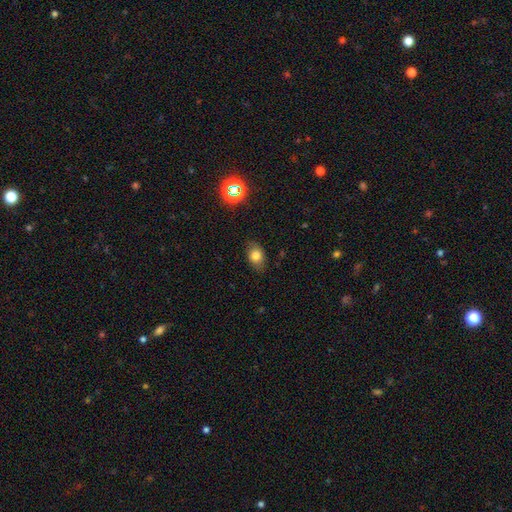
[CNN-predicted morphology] type=smooth (78%); roundness=in between (78%); merging=none (82%).